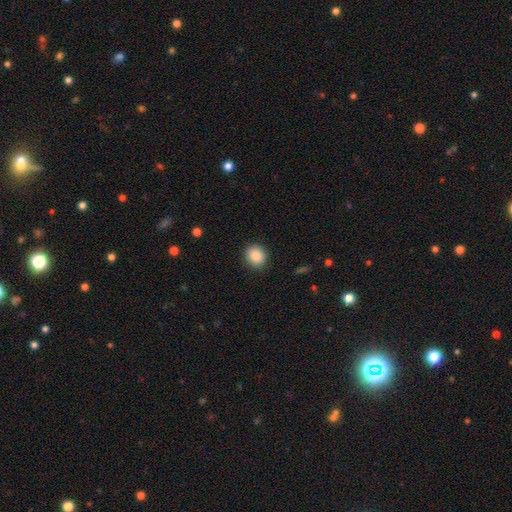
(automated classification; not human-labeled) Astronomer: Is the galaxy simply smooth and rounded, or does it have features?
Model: smooth — 89%.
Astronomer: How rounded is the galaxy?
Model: round — 73%.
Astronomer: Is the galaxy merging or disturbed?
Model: none — 89%.